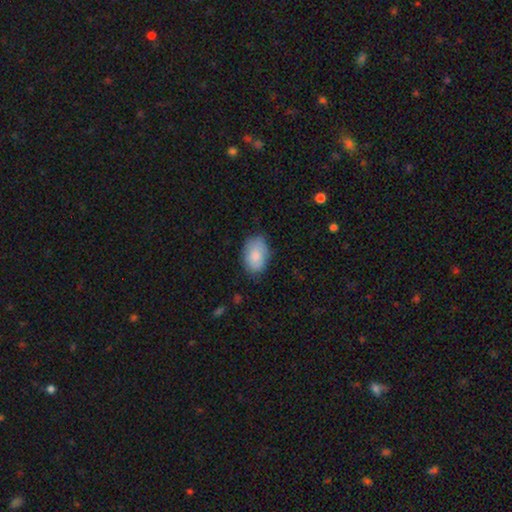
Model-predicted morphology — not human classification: Smooth or featured? smooth (83%)
How rounded? in between (89%)
Merging? none (74%)